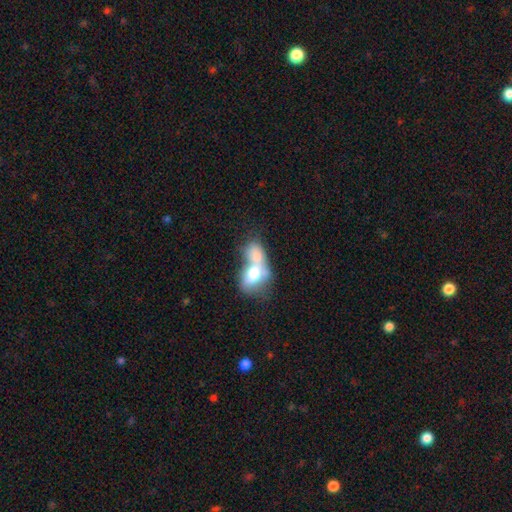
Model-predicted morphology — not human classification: smooth 68%, featured or disk 24%, star or artifact 8%. Down the decision tree: how rounded — in between (78%); merging — merger (74%).